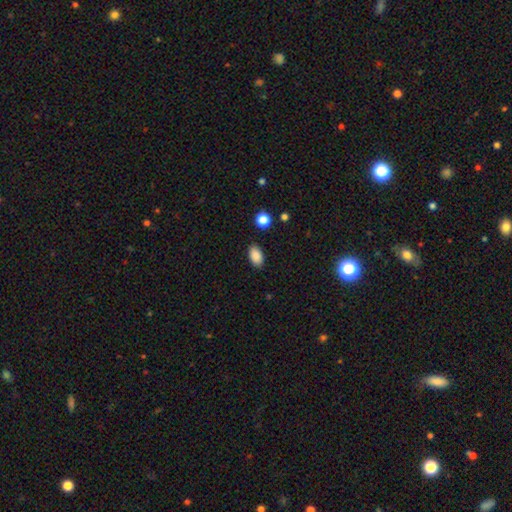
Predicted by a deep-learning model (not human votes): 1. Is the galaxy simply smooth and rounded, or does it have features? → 88% smooth, 9% star or artifact, 3% featured or disk.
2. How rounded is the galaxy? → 90% in between, 9% round, 1% cigar-shaped.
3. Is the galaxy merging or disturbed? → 86% none, 10% minor disturbance, 2% major disturbance, 2% merger.